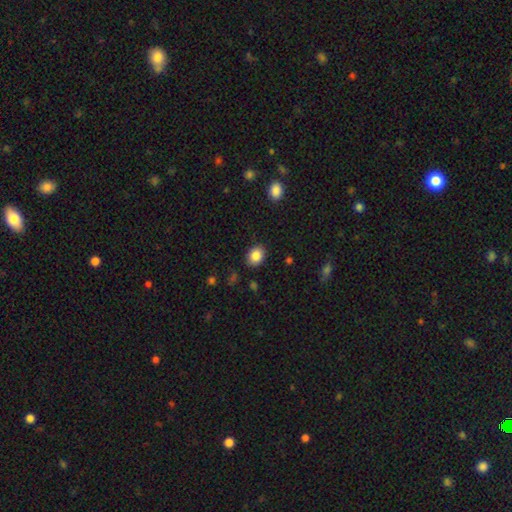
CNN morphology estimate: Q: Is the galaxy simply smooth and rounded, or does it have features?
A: smooth — 85%.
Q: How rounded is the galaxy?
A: in between — 56%.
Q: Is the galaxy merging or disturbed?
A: none — 87%.